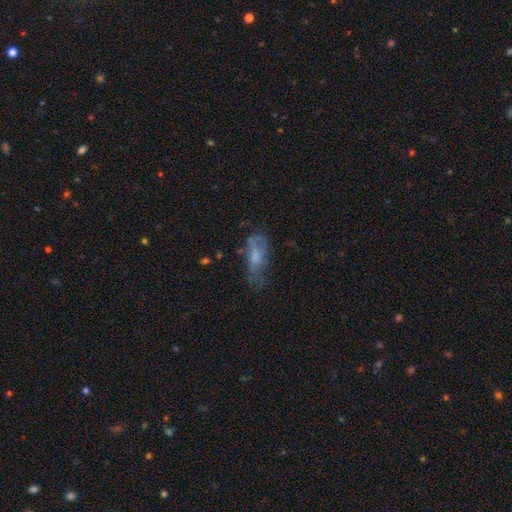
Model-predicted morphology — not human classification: type=smooth (50%); merging=none (42%).